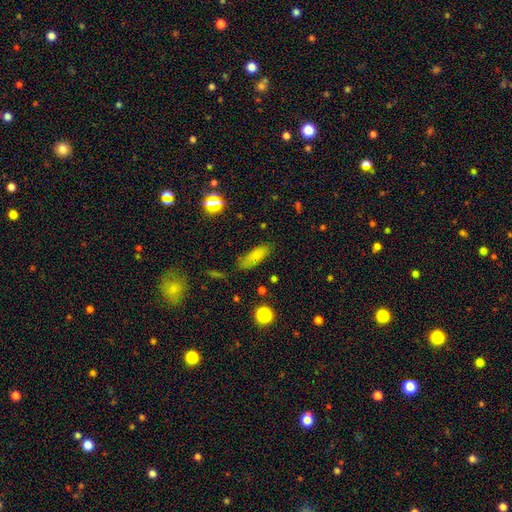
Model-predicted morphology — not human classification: The model was most divided on "how rounded": in between: 67%, cigar-shaped: 29%, round: 4%. More confident: smooth or featured — smooth (75%); merging — none (71%).